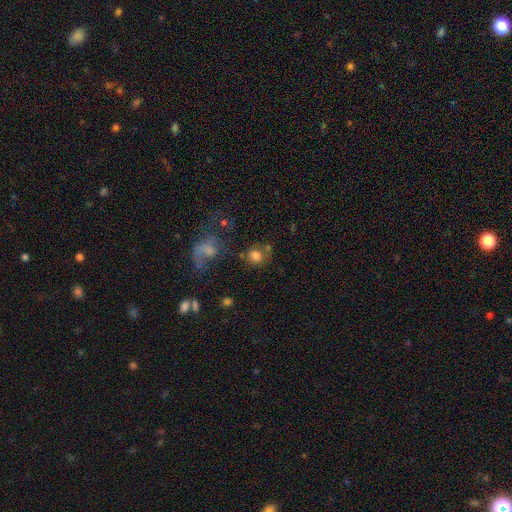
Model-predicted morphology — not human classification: type=smooth (76%); roundness=round (77%); merging=none (59%).